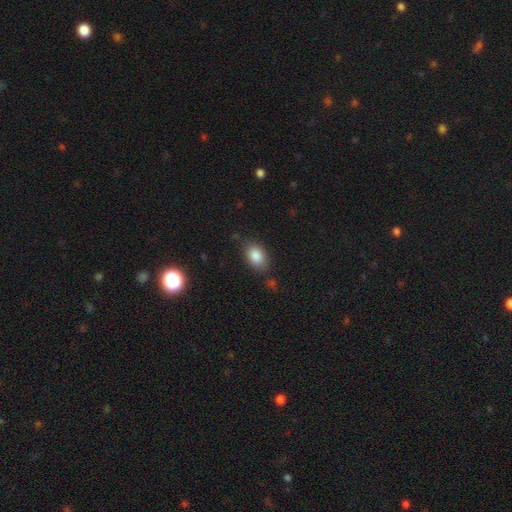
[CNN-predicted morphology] Smooth or featured: smooth — 85% (star or artifact — 9%)
How rounded: in between — 84% (round — 14%)
Merging: none — 78% (minor disturbance — 16%)